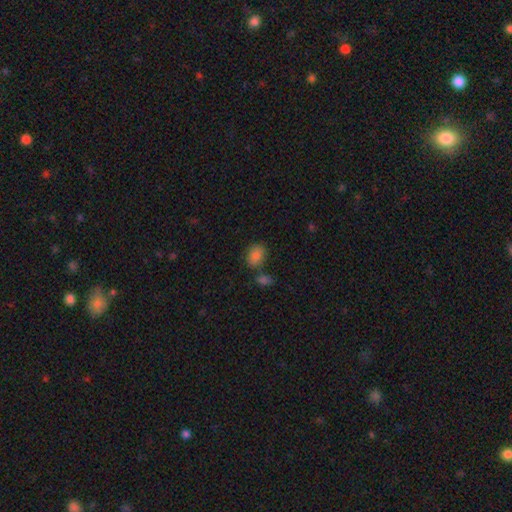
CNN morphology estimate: smooth_or_featured: smooth (p=0.84) [alt: star or artifact p=0.09]
how_rounded: in between (p=0.65) [alt: round p=0.34]
merging: none (p=0.66) [alt: merger p=0.15]